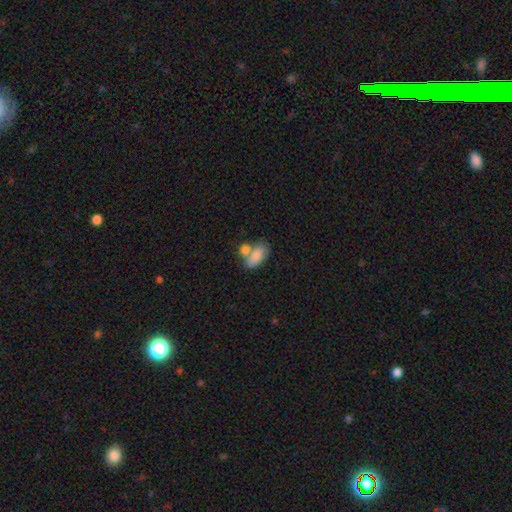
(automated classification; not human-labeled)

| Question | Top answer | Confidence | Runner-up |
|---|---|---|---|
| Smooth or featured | smooth | 82% | featured or disk (11%) |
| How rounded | in between | 90% | round (6%) |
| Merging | merger | 44% | none (37%) |